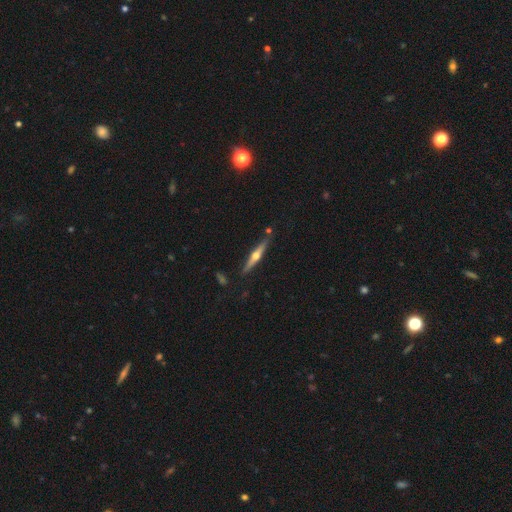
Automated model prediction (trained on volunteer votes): Smooth or featured? Predicted: featured or disk (p=0.72). Edge-on disk? Predicted: yes (p=0.97). Edge-on bulge? Predicted: rounded (p=0.94). Merging? Predicted: none (p=0.85).